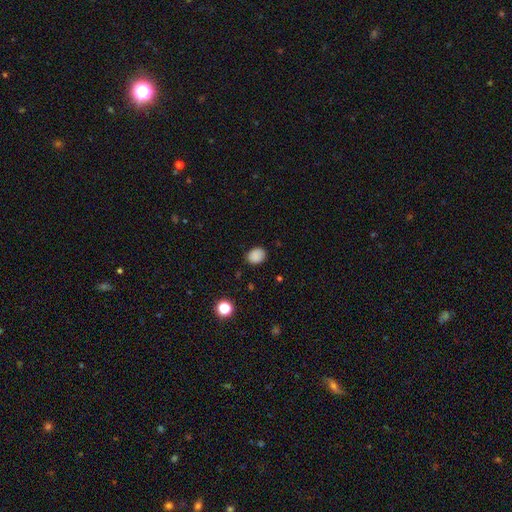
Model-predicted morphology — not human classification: Smooth or featured? Predicted: smooth (p=0.85). How rounded? Predicted: in between (p=0.60). Merging? Predicted: none (p=0.83).